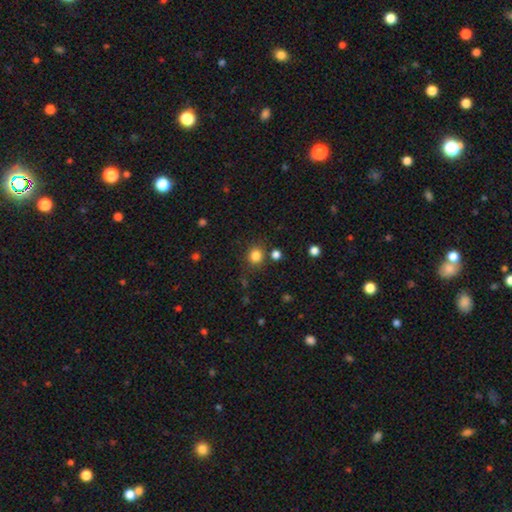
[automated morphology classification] Smooth or featured? Predicted: smooth (p=0.83). How rounded? Predicted: round (p=0.85). Merging? Predicted: none (p=0.81).